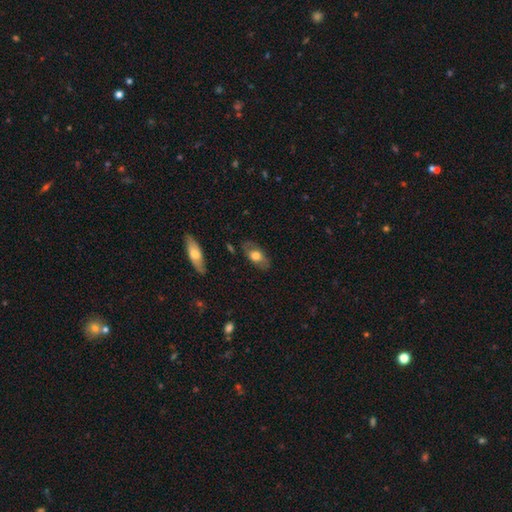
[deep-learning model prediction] Smooth or featured?
  - smooth: 58% *
  - featured or disk: 35%
  - star or artifact: 7%
How rounded?
  - in between: 87% *
  - cigar-shaped: 6%
  - round: 6%
Merging?
  - none: 78% *
  - minor disturbance: 16%
  - major disturbance: 4%
  - merger: 2%